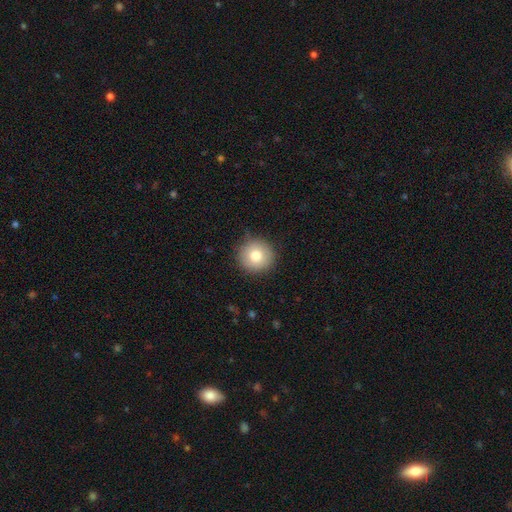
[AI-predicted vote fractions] This appears to be a smooth galaxy with no disk features (78%) that is round (94%). Merging: none (88%).